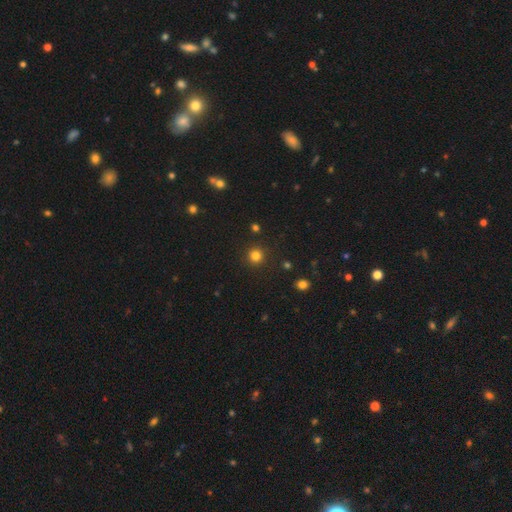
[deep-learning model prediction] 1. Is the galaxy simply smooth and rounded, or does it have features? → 81% smooth, 14% star or artifact, 5% featured or disk.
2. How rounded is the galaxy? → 95% round, 4% in between, 1% cigar-shaped.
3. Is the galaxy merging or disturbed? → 91% none, 5% minor disturbance, 2% major disturbance, 2% merger.